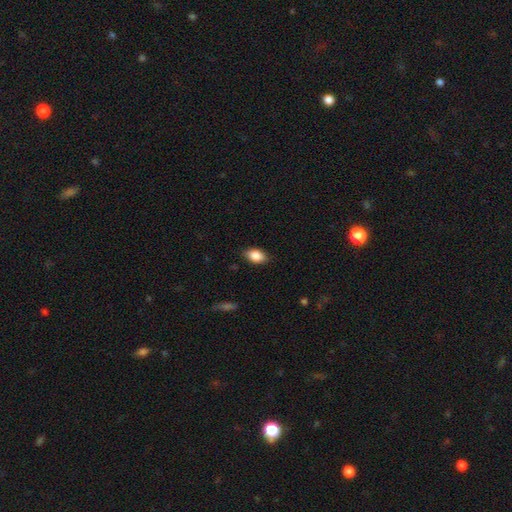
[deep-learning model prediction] smooth-or-featured: smooth: 85% | star or artifact: 8% | featured or disk: 7%
  how-rounded: in between: 88% | round: 9% | cigar-shaped: 3%
  merging: none: 83% | minor disturbance: 14% | major disturbance: 3% | merger: 1%